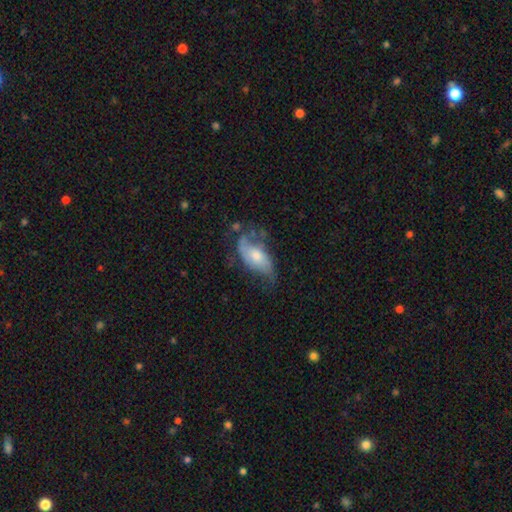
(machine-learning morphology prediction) smooth-or-featured: featured or disk: 57% | smooth: 36% | star or artifact: 7%
  disk-edge-on: no: 90% | yes: 10%
    bar: no: 64% | weak: 28% | strong: 8%
    has-spiral-arms: yes: 77% | no: 23%
    bulge-size: moderate: 56% | small: 26% | large: 11% | none: 4% | dominant: 2%
  merging: none: 42% | minor disturbance: 30% | major disturbance: 22% | merger: 5%